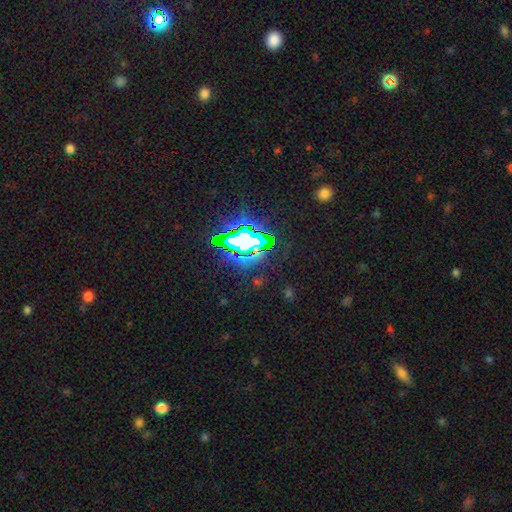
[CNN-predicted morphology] This is clearly a star or artifact rather than a galaxy (80%).